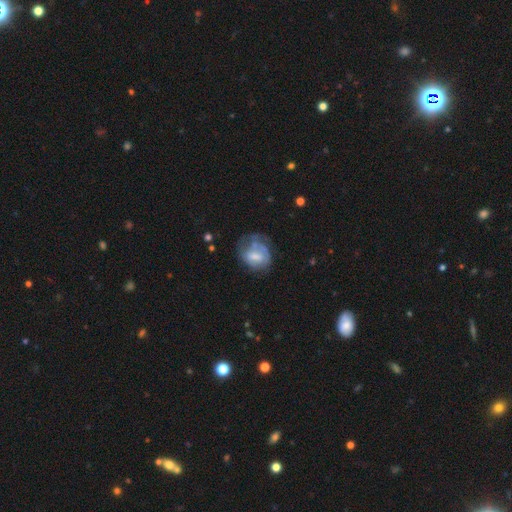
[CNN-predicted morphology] A featured or disk galaxy (47%).

Vote fractions:
- Smooth or featured? featured or disk: 47% / smooth: 44% / star or artifact: 9%
- Merging? none: 35% / major disturbance: 31% / minor disturbance: 28% / merger: 5%